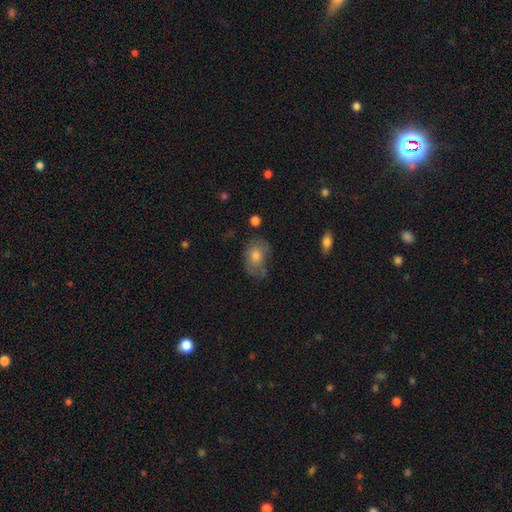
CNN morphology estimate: Smooth or featured? Predicted: smooth (p=0.57). How rounded? Predicted: in between (p=0.71). Merging? Predicted: none (p=0.57).